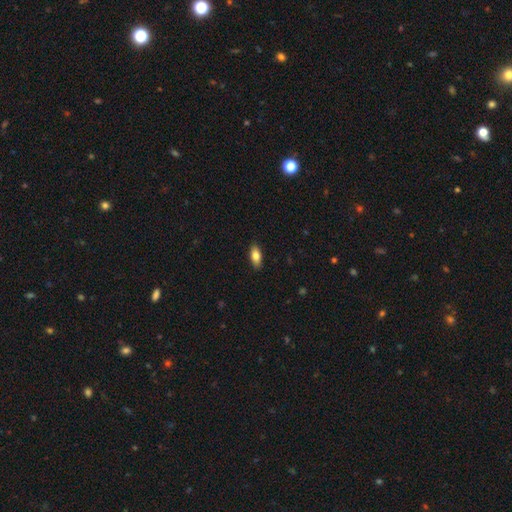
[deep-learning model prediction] This is clearly a smooth galaxy (84%). How rounded: clearly in between (87%). Merging: clearly none (88%).